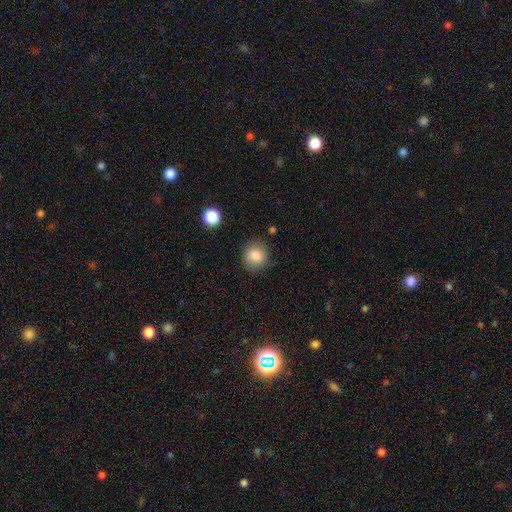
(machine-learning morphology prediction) smooth 85%, star or artifact 9%, featured or disk 6%. Down the decision tree: how rounded — round (83%); merging — none (81%).